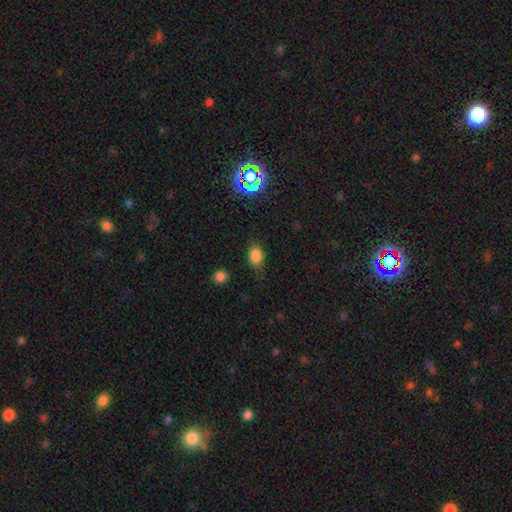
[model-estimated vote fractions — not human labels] This is clearly a smooth galaxy (80%). How rounded: likely in between (76%). Merging: likely none (74%).